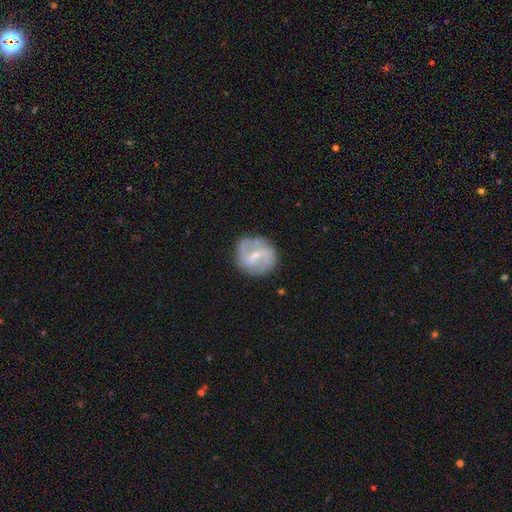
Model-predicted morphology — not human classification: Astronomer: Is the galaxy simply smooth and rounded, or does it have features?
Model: featured or disk — 70%.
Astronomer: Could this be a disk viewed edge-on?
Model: no — 96%.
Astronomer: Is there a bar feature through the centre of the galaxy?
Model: weak — 51% (runner-up: strong, 35%).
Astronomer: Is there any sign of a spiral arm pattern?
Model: yes — 73%.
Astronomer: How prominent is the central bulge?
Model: small — 57% (runner-up: moderate, 33%).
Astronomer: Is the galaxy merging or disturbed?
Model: none — 76%.